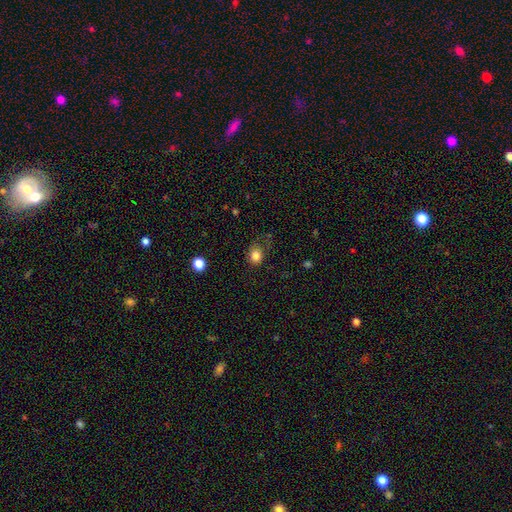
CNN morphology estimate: smooth-or-featured: smooth: 82% | star or artifact: 11% | featured or disk: 6%
  how-rounded: round: 66% | in between: 33% | cigar-shaped: 1%
  merging: none: 66% | minor disturbance: 23% | major disturbance: 9% | merger: 2%